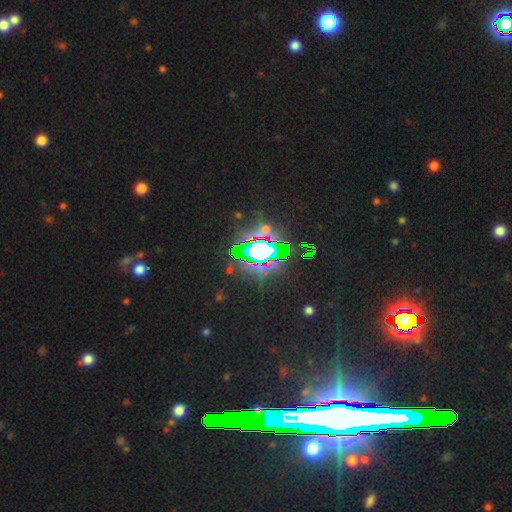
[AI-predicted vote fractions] The model was most divided on "smooth or featured": star or artifact: 72%, smooth: 16%, featured or disk: 12%.